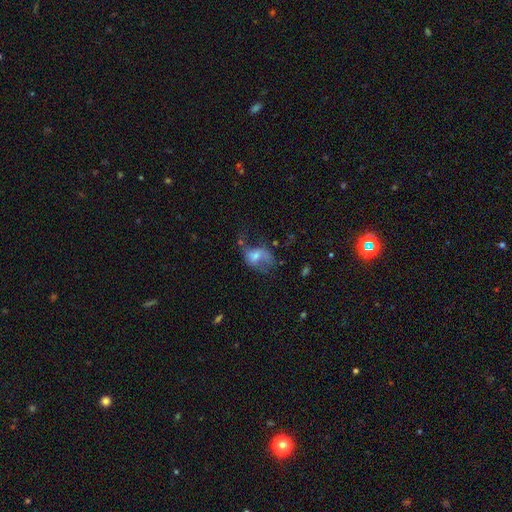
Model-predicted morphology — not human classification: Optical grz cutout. It shows a smooth galaxy with no disk features (50%). Merging: major disturbance (46%).